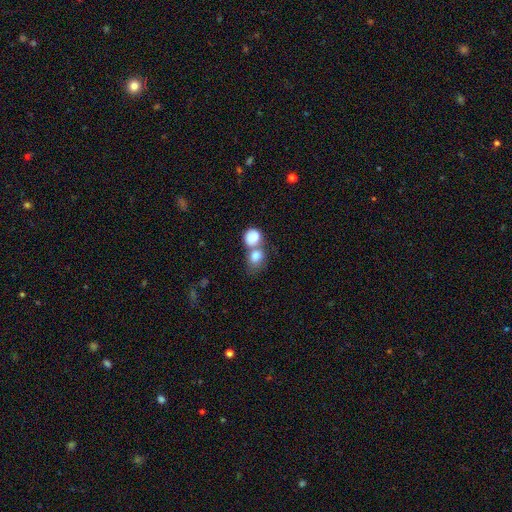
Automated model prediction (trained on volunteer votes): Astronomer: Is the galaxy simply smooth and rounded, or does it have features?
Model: smooth — 81%.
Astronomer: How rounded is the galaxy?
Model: round — 55% (runner-up: in between, 44%).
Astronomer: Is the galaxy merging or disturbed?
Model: merger — 66%.